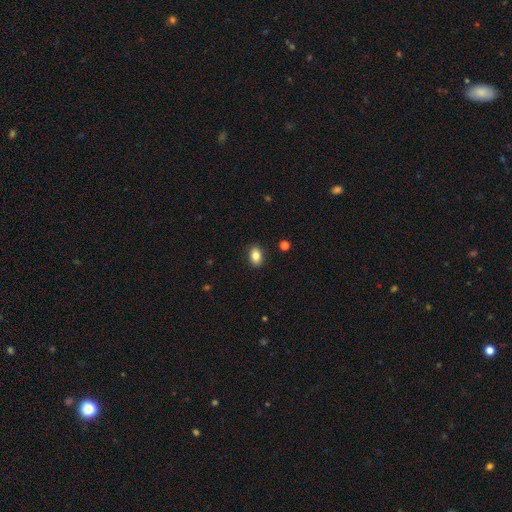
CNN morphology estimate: Overall: smooth (84%). How rounded: in between (86%). Merging: none (89%).